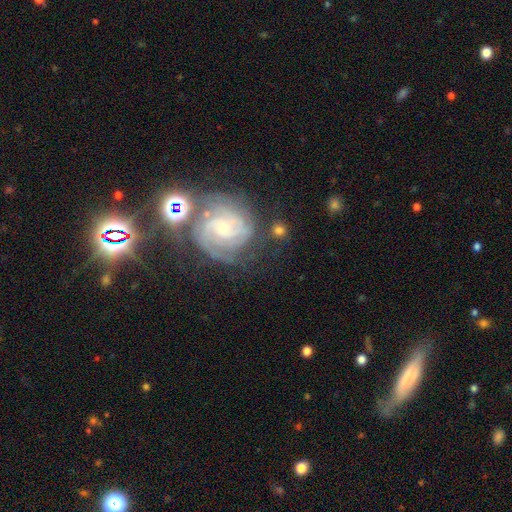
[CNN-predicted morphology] featured or disk 72%, star or artifact 17%, smooth 11%. Down the decision tree: edge-on disk — no (97%); bar — no (54%); spiral arms — yes (93%); spiral arm count — 2 (35%); spiral winding — tight (67%); bulge size — small (56%); merging — none (62%).